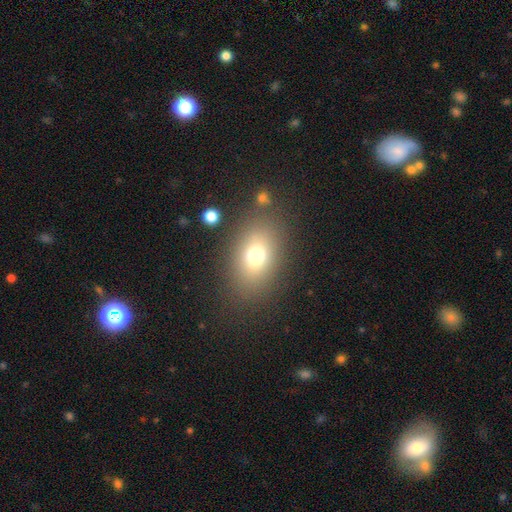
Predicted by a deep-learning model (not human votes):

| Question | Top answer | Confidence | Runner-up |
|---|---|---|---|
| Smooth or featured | smooth | 73% | star or artifact (14%) |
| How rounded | in between | 73% | round (25%) |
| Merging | none | 79% | minor disturbance (11%) |